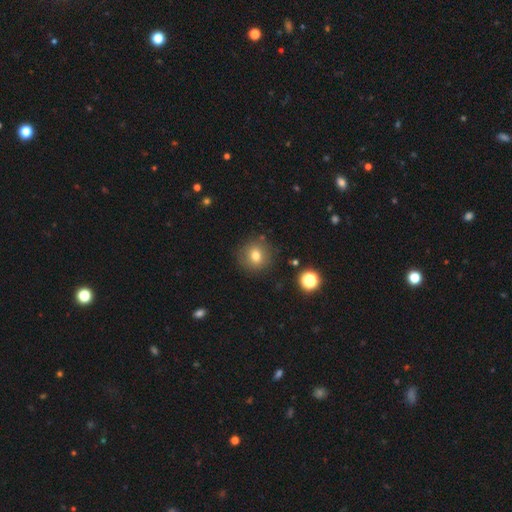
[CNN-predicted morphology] Q: Smooth or featured?
A: smooth (75%); runner-up: star or artifact (13%)
Q: How rounded?
A: round (87%); runner-up: in between (12%)
Q: Merging?
A: none (85%); runner-up: minor disturbance (10%)